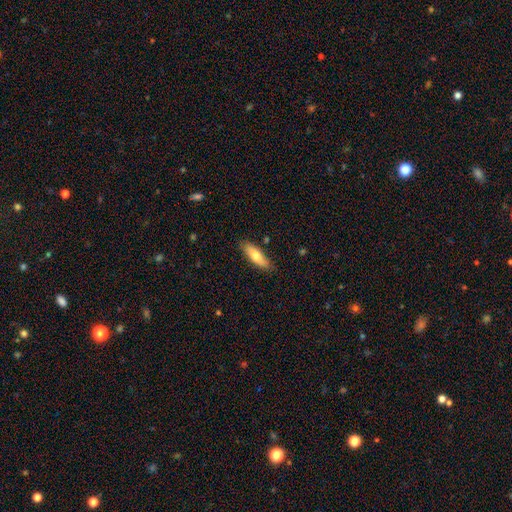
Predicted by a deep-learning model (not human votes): A smooth galaxy with no disk features (71%) that is in between round and cigar-shaped (54%).

Vote fractions:
- Smooth or featured? smooth: 71% / featured or disk: 23% / star or artifact: 6%
- How rounded? in between: 54% / cigar-shaped: 44% / round: 2%
- Merging? none: 84% / minor disturbance: 13% / major disturbance: 2% / merger: 2%